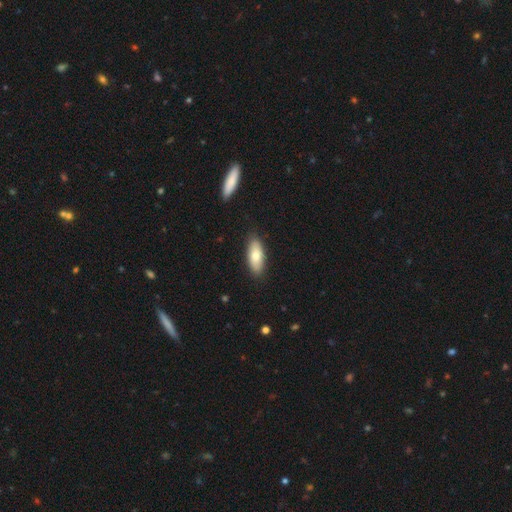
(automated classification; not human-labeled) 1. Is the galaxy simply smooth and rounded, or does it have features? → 76% smooth, 18% featured or disk, 6% star or artifact.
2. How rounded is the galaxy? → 82% in between, 15% cigar-shaped, 2% round.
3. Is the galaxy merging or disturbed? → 86% none, 11% minor disturbance, 2% major disturbance, 1% merger.